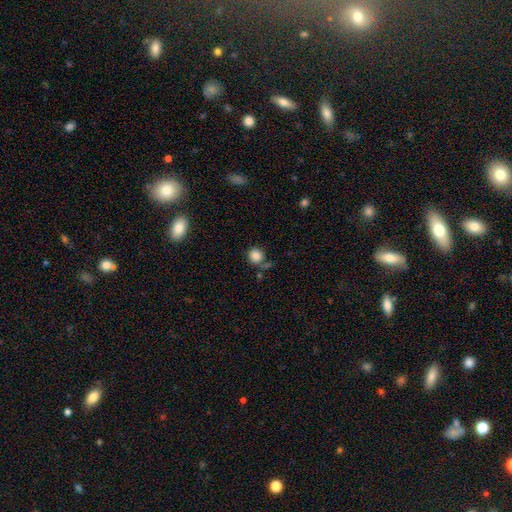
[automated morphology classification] A smooth galaxy with no disk features (85%) that is round (89%). Merging: none (71%).